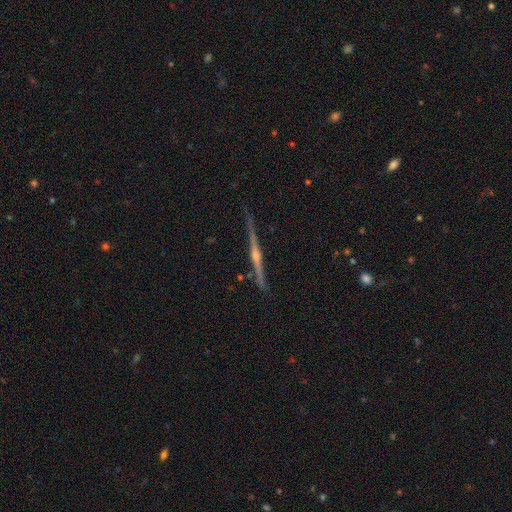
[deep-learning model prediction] A featured or disk galaxy (83%) viewed edge-on (98%) with a rounded central bulge (82%).

Vote fractions:
- Smooth or featured? featured or disk: 83% / smooth: 10% / star or artifact: 7%
- Edge-on disk? yes: 98% / no: 2%
- Edge-on bulge? rounded: 82% / none: 12% / boxy: 6%
- Merging? none: 89% / minor disturbance: 8% / major disturbance: 2% / merger: 2%